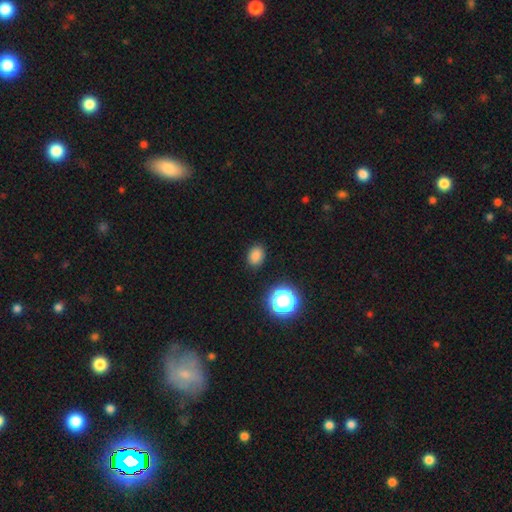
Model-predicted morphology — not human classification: type=smooth (81%); roundness=round (50%); merging=none (87%).